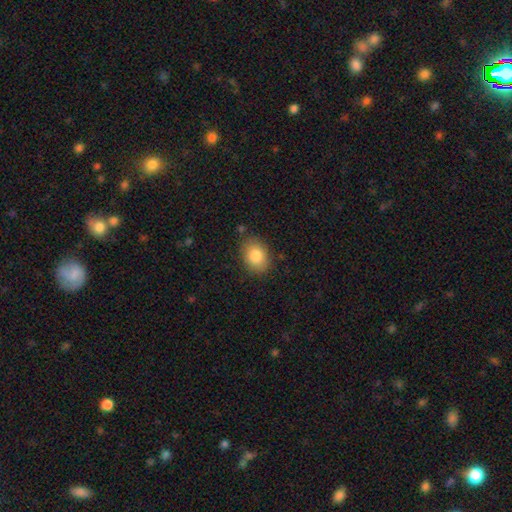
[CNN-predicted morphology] This appears to be a smooth galaxy with no disk features (84%) that is in between round and cigar-shaped (70%). Merging: none (83%).